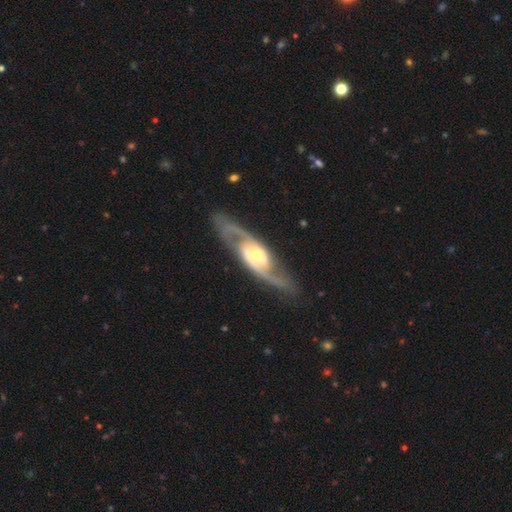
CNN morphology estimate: A featured or disk galaxy (89%) with no bar (38%, tied with weak), 2 (92%) medium (50%) spiral arms (96%) and a moderate central bulge (57%). Merging: none (81%).